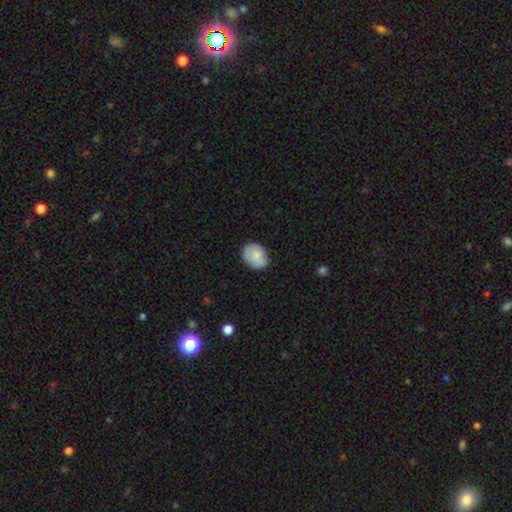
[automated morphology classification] smooth-or-featured: smooth: 78% | featured or disk: 15% | star or artifact: 7%
  how-rounded: in between: 54% | round: 45% | cigar-shaped: 1%
  merging: none: 76% | minor disturbance: 19% | major disturbance: 3% | merger: 1%